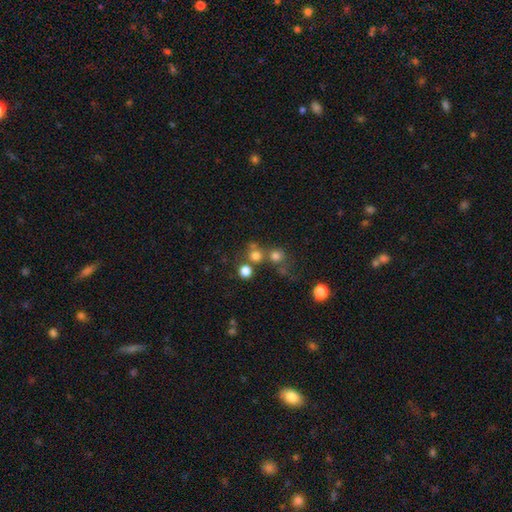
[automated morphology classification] Smooth or featured? smooth (72%)
How rounded? round (90%)
Merging? none (59%)